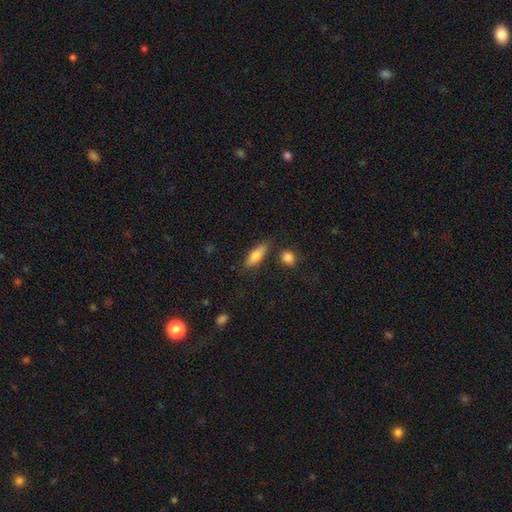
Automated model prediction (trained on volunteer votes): Morphology: type=smooth (75%); roundness=in between (60%); merging=none (73%).